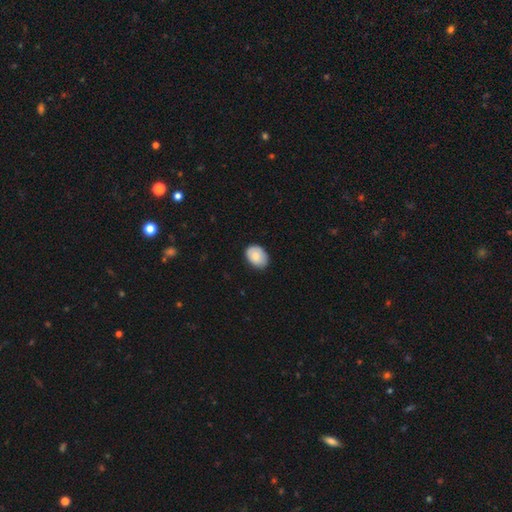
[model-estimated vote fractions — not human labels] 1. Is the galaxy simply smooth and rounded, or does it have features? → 78% smooth, 16% featured or disk, 7% star or artifact.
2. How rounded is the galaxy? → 74% in between, 25% round, 1% cigar-shaped.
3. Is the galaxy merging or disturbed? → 80% none, 17% minor disturbance, 3% major disturbance, 1% merger.